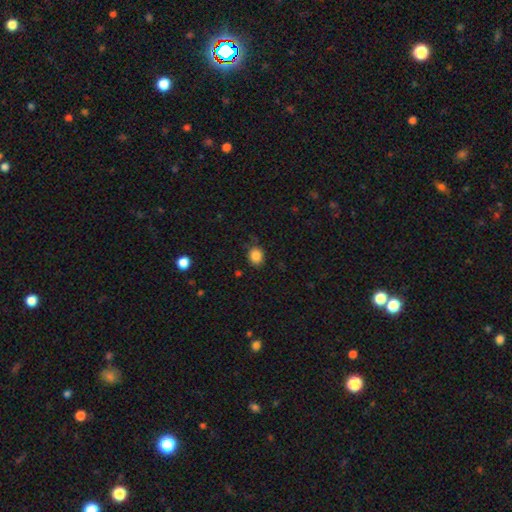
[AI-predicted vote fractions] Smooth or featured?
  - smooth: 86% *
  - star or artifact: 10%
  - featured or disk: 4%
How rounded?
  - round: 65% *
  - in between: 34%
  - cigar-shaped: 1%
Merging?
  - none: 81% *
  - minor disturbance: 14%
  - major disturbance: 3%
  - merger: 2%